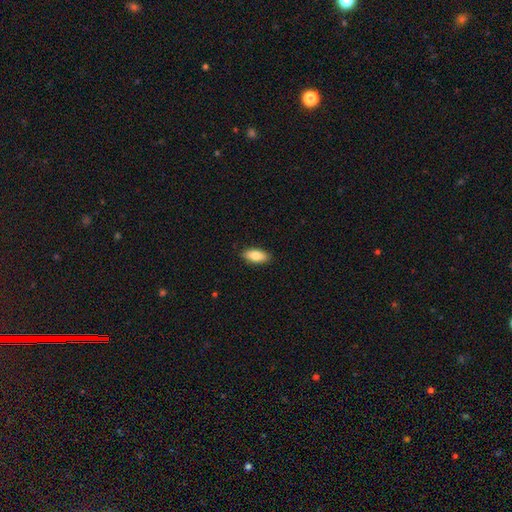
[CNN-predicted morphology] smooth-or-featured: smooth: 83% | featured or disk: 11% | star or artifact: 6%
  how-rounded: in between: 88% | cigar-shaped: 10% | round: 3%
  merging: none: 89% | minor disturbance: 9% | major disturbance: 2% | merger: 1%